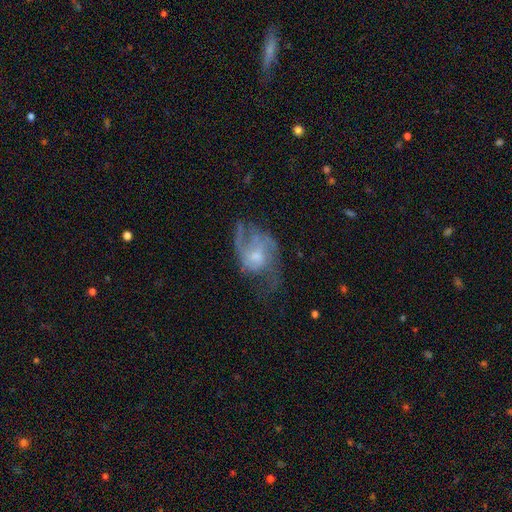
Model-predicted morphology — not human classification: Smooth or featured: featured or disk — 73% (smooth — 19%)
Edge-on disk: no — 96% (yes — 4%)
Bar: no — 66% (weak — 29%)
Spiral arms: yes — 83% (no — 17%)
Spiral winding: medium — 43% (loose — 35%)
Spiral arm count: 2 — 42% (can't tell — 26%)
Bulge size: moderate — 45% (small — 36%)
Merging: none — 43% (major disturbance — 31%)